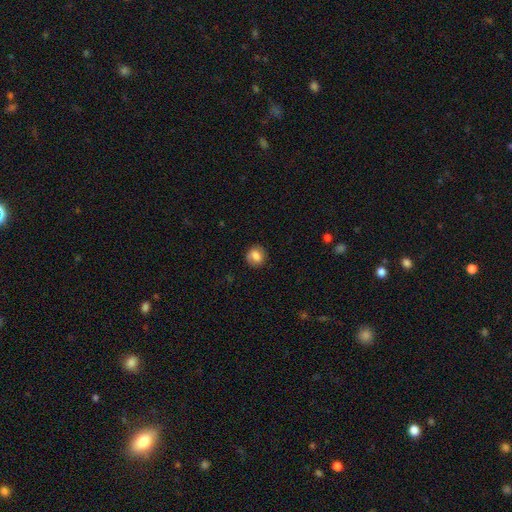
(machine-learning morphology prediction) Smooth or featured? Predicted: smooth (p=0.79). How rounded? Predicted: round (p=0.77). Merging? Predicted: none (p=0.84).